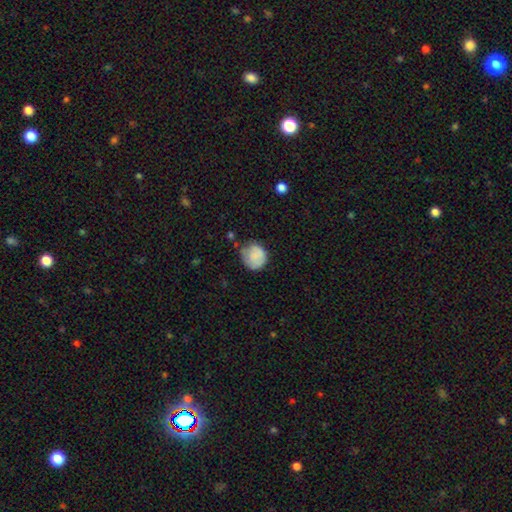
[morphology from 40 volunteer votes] This is clearly a smooth galaxy (80%). How rounded: clearly round (84%). Merging: possibly none (57%).